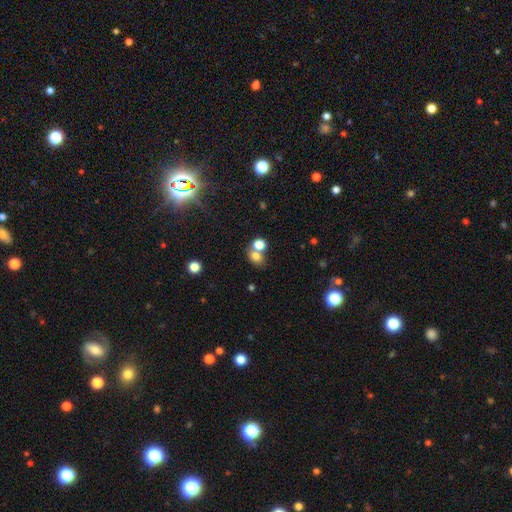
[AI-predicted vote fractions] A smooth galaxy with no disk features (76%) that is round (61%).

Vote fractions:
- Smooth or featured? smooth: 76% / star or artifact: 13% / featured or disk: 11%
- How rounded? round: 61% / in between: 38% / cigar-shaped: 1%
- Merging? merger: 48% / none: 41% / minor disturbance: 8% / major disturbance: 4%